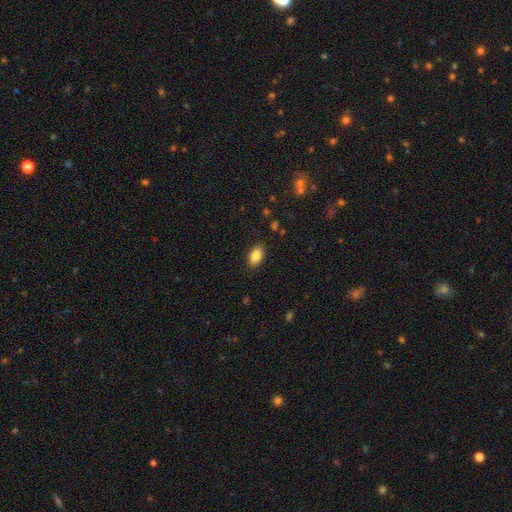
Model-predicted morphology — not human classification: Overall: smooth (86%). How rounded: in between (91%). Merging: none (86%).